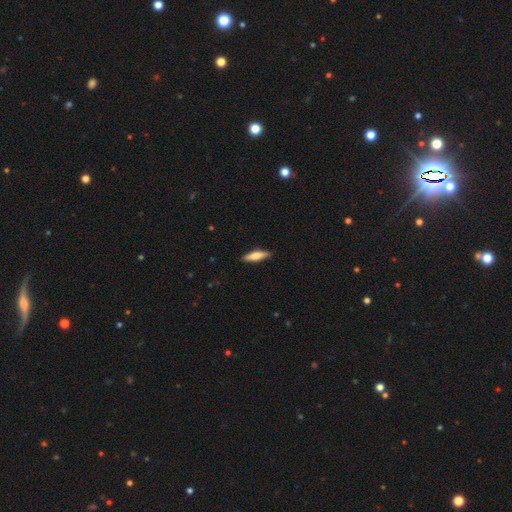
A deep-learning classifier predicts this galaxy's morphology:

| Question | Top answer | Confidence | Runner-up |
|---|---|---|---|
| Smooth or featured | smooth | 65% | featured or disk (30%) |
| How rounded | cigar-shaped | 67% | in between (31%) |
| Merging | none | 88% | minor disturbance (9%) |